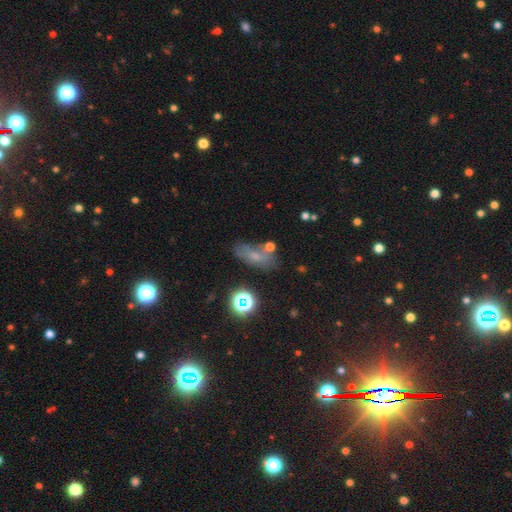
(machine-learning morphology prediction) Smooth or featured: smooth — 50% (star or artifact — 25%)
How rounded: in between — 70% (cigar-shaped — 16%)
Merging: none — 58% (minor disturbance — 21%)